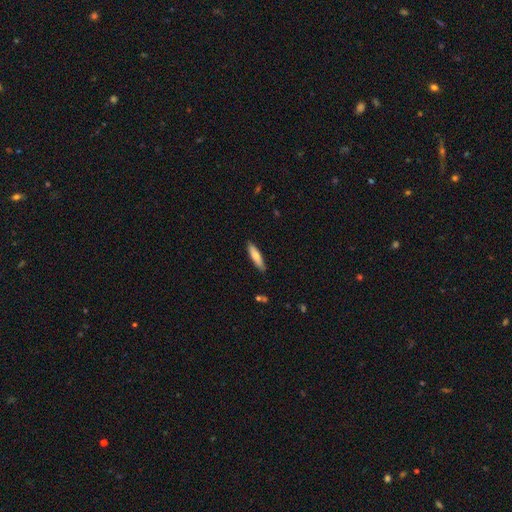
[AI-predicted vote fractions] The model was most divided on "smooth or featured": smooth: 73%, featured or disk: 22%, star or artifact: 6%. More confident: merging — none (87%); how rounded — cigar-shaped (76%).